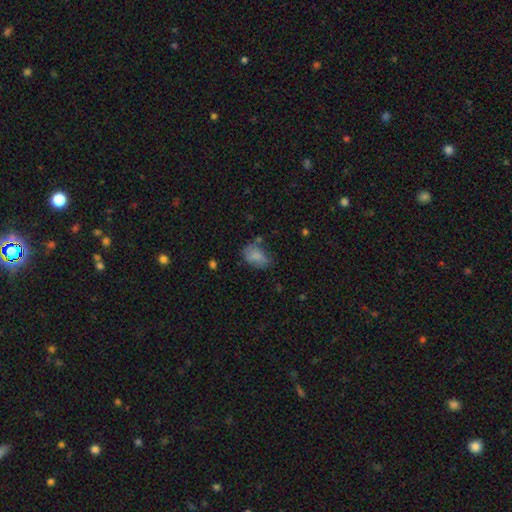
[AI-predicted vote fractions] This is likely a smooth galaxy (77%). How rounded: clearly in between (85%). Merging: possibly none (50%).